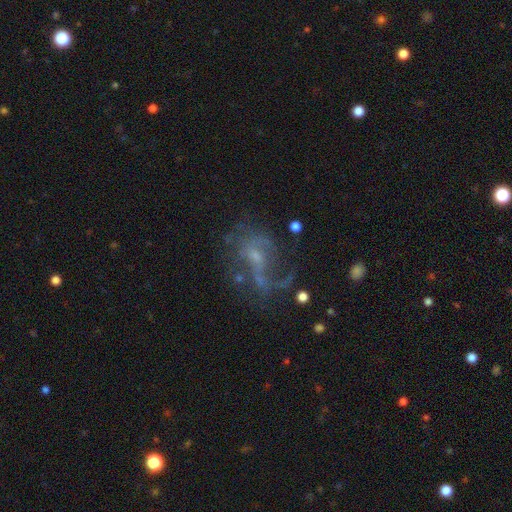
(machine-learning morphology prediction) Smooth or featured? featured or disk (67%)
Edge-on disk? no (97%)
Bar? no (56%)
Spiral arms? yes (60%)
Bulge size? small (57%)
Merging? major disturbance (40%)